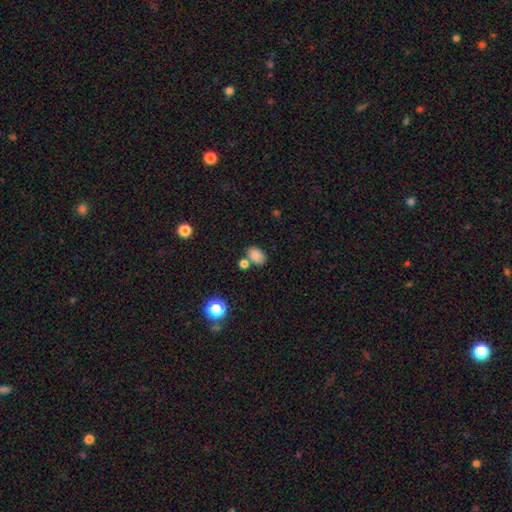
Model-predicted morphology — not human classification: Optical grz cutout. It shows a smooth galaxy with no disk features (84%) that is in between round and cigar-shaped (84%). Merging: none (67%).